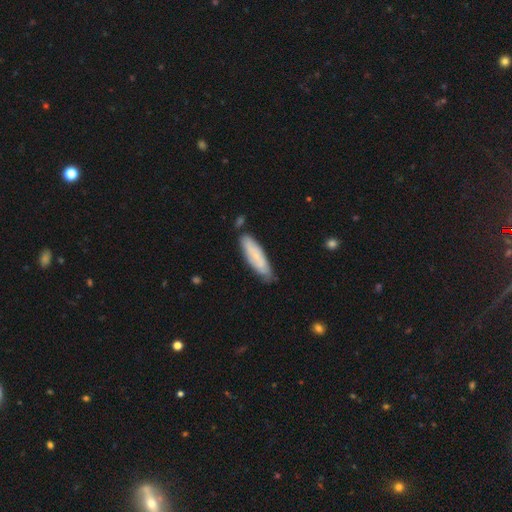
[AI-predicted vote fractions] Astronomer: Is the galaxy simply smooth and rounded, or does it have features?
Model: smooth — 60%.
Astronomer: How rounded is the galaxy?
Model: cigar-shaped — 59% (runner-up: in between, 40%).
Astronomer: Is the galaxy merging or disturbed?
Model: none — 71%.